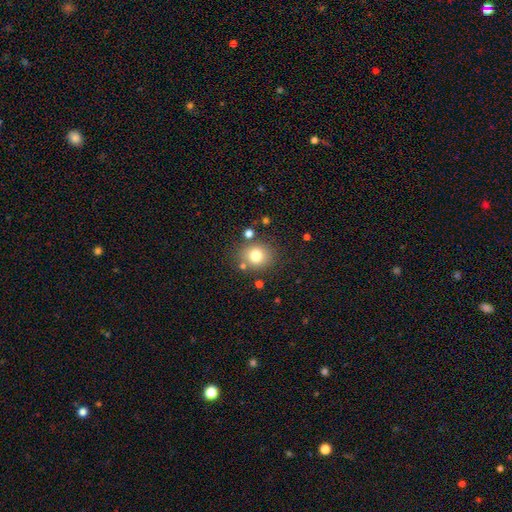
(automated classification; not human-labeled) The model was most divided on "how rounded": round: 77%, in between: 22%, cigar-shaped: 1%. More confident: merging — none (79%); smooth or featured — smooth (77%).